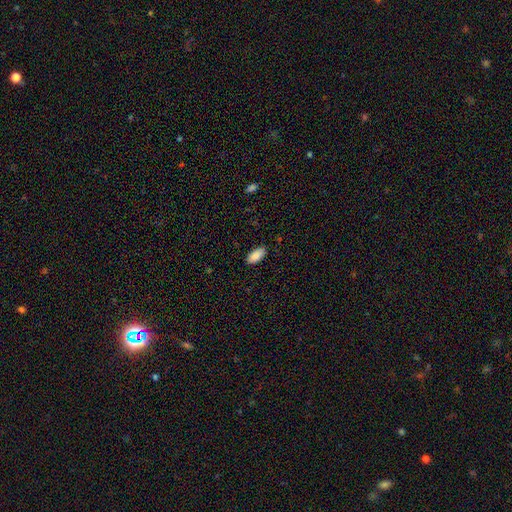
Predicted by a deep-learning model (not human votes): A smooth galaxy with no disk features (89%) that is in between round and cigar-shaped (91%).

Vote fractions:
- Smooth or featured? smooth: 89% / star or artifact: 6% / featured or disk: 5%
- How rounded? in between: 91% / cigar-shaped: 8% / round: 2%
- Merging? none: 86% / minor disturbance: 11% / major disturbance: 2% / merger: 1%